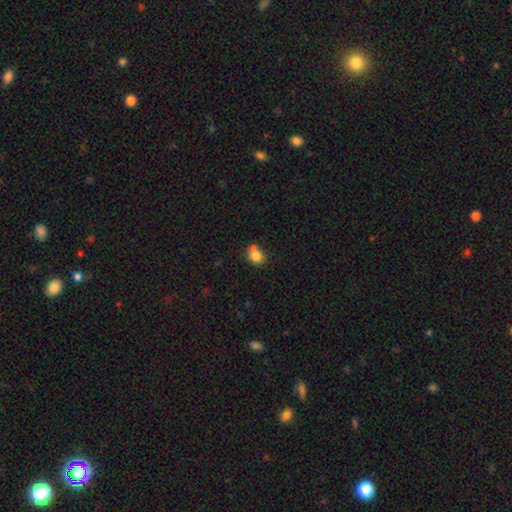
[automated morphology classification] Smooth or featured: smooth — 81% (star or artifact — 10%)
How rounded: round — 75% (in between — 25%)
Merging: none — 50% (merger — 35%)